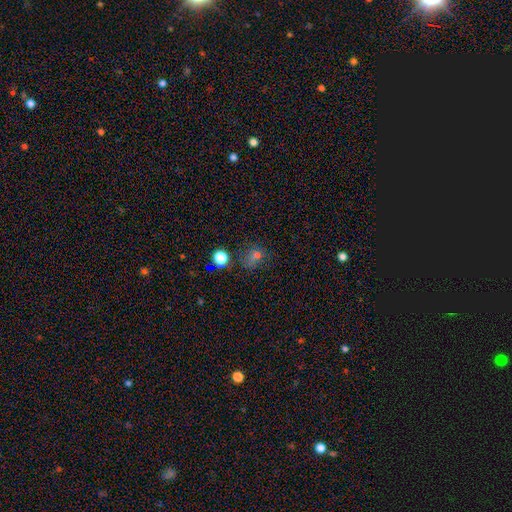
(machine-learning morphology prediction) This appears to be a smooth galaxy with no disk features (55%) that is round (65%). Merging: none (58%).